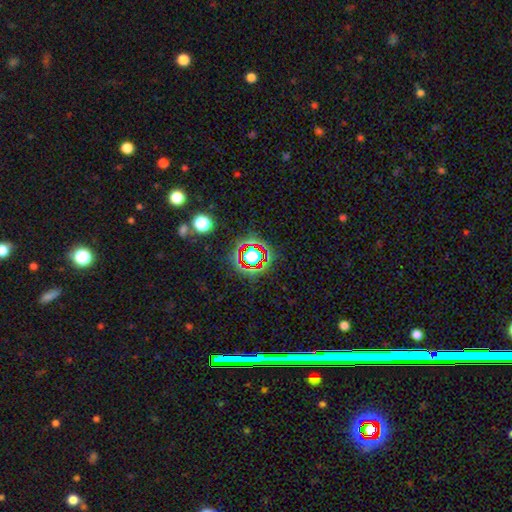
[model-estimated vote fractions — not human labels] smooth_or_featured: star or artifact (p=0.58) [alt: smooth p=0.27]